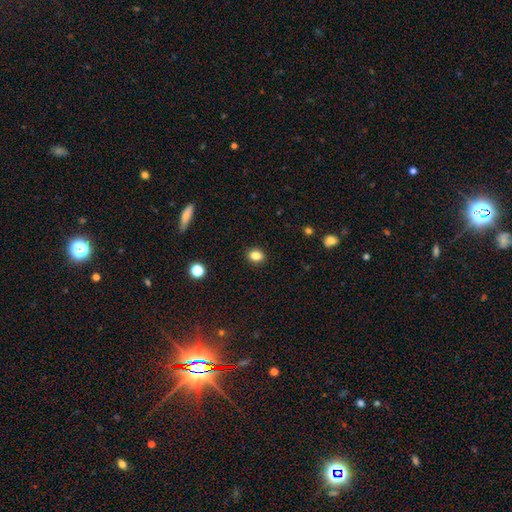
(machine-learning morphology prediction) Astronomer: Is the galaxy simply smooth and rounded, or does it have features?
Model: smooth — 84%.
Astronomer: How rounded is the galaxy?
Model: in between — 52% (runner-up: round, 46%).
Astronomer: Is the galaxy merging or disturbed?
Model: none — 90%.